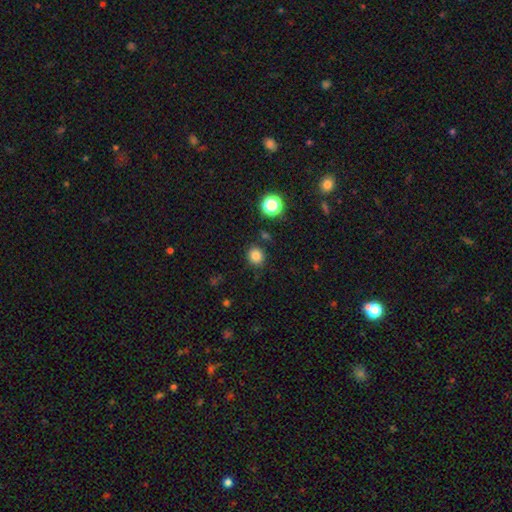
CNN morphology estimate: smooth 82%, star or artifact 13%, featured or disk 5%. Down the decision tree: how rounded — round (85%); merging — none (85%).